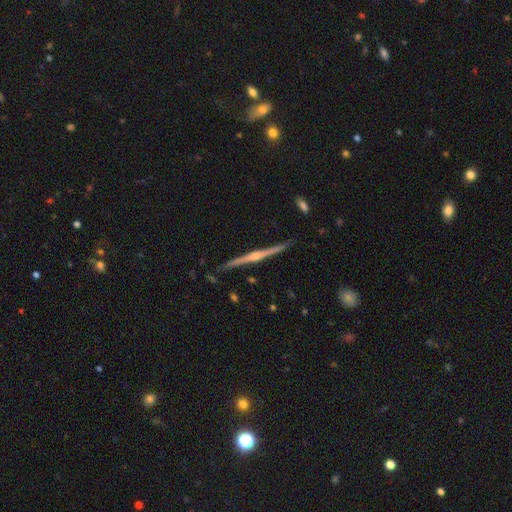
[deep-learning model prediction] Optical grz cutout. It shows a featured or disk galaxy (85%) viewed edge-on (99%) with a rounded central bulge (80%). Merging: none (90%).